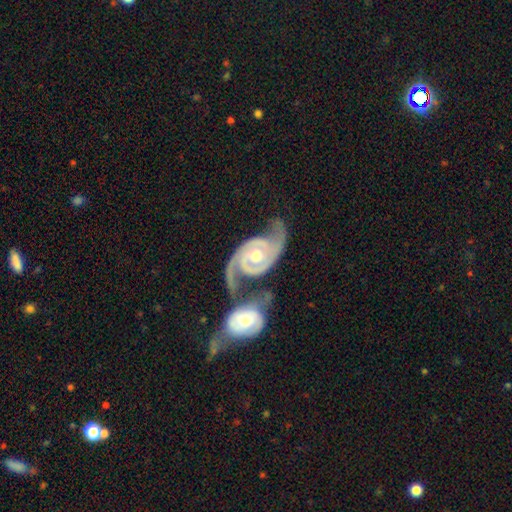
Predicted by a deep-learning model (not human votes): Smooth or featured: featured or disk — 93% (smooth — 4%)
Edge-on disk: no — 97% (yes — 3%)
Bar: no — 60% (weak — 28%)
Spiral arms: yes — 98% (no — 2%)
Spiral winding: medium — 48% (tight — 37%)
Spiral arm count: 2 — 92% (can't tell — 2%)
Bulge size: moderate — 75% (small — 16%)
Merging: merger — 49% (none — 30%)